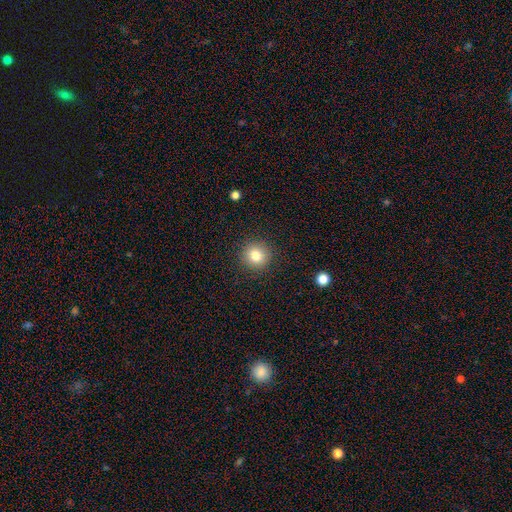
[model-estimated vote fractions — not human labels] Q: Smooth or featured?
A: smooth (81%); runner-up: star or artifact (11%)
Q: How rounded?
A: round (93%); runner-up: in between (6%)
Q: Merging?
A: none (91%); runner-up: minor disturbance (6%)